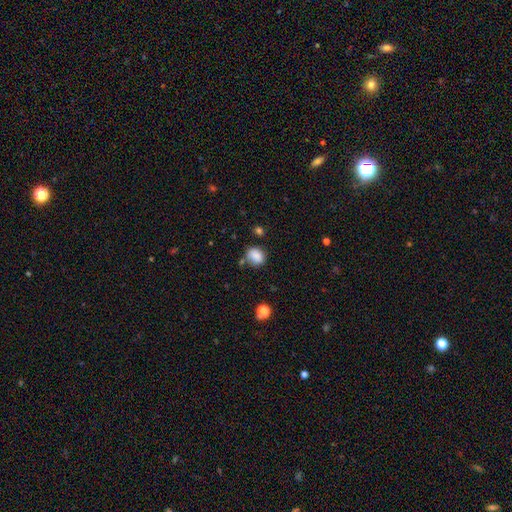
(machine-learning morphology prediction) This is clearly a smooth galaxy (85%). How rounded: possibly round (53%). Merging: likely none (69%).